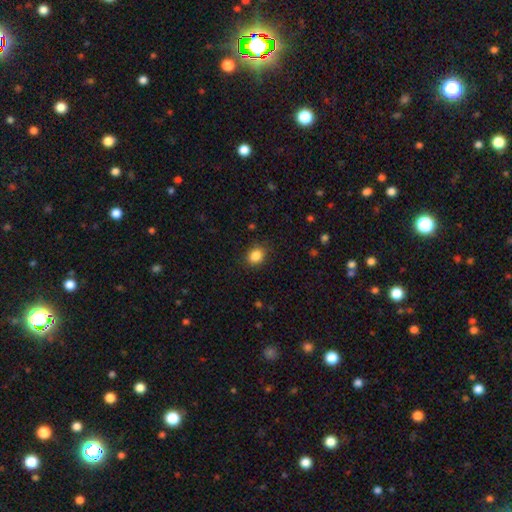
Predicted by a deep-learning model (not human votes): smooth-or-featured: smooth: 85% | star or artifact: 10% | featured or disk: 4%
  how-rounded: round: 61% | in between: 38% | cigar-shaped: 1%
  merging: none: 85% | minor disturbance: 11% | major disturbance: 3% | merger: 1%